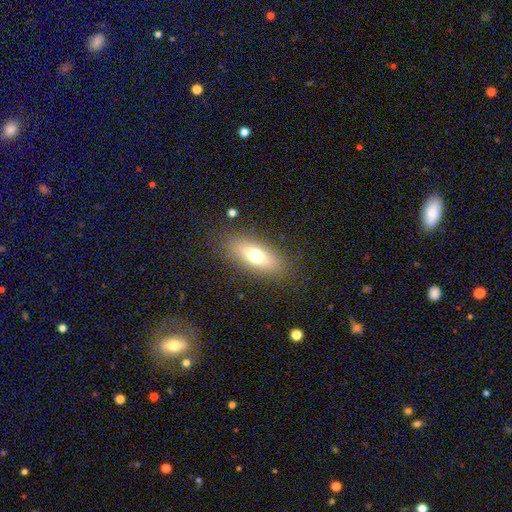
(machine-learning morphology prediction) The model was most divided on "how rounded": in between: 69%, cigar-shaped: 27%, round: 4%. More confident: merging — none (84%); smooth or featured — smooth (68%).